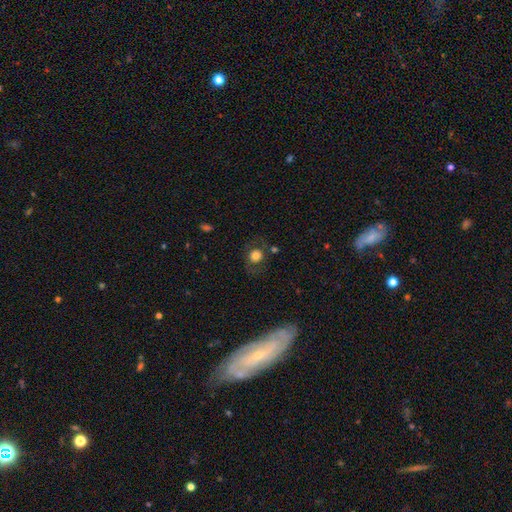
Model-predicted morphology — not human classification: Q: Smooth or featured?
A: smooth (71%); runner-up: featured or disk (19%)
Q: How rounded?
A: round (78%); runner-up: in between (21%)
Q: Merging?
A: none (71%); runner-up: minor disturbance (14%)